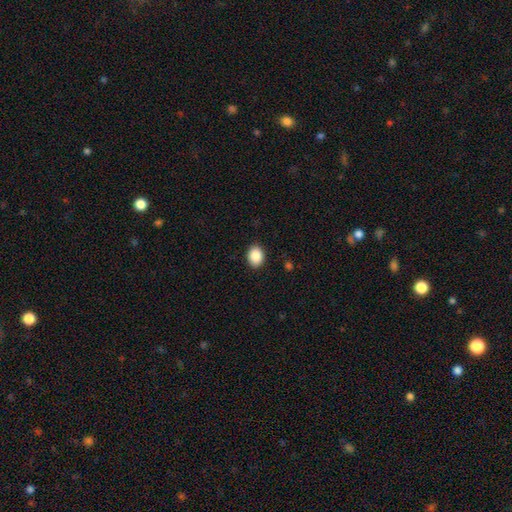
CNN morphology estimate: This appears to be a smooth galaxy with no disk features (88%) that is in between round and cigar-shaped (59%). Merging: none (90%).